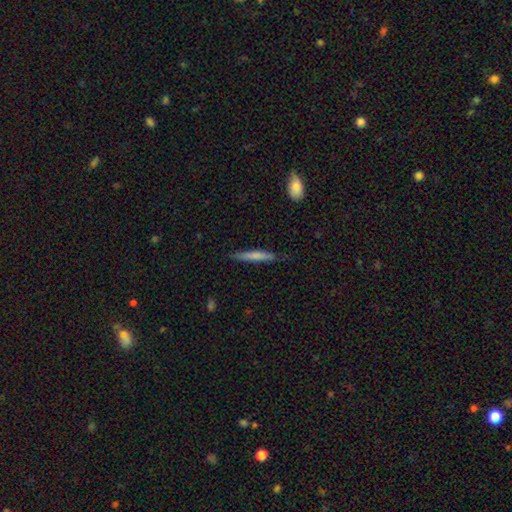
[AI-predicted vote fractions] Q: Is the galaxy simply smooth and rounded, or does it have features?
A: smooth — 68%.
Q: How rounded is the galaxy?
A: cigar-shaped — 93%.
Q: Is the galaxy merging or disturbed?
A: none — 80%.